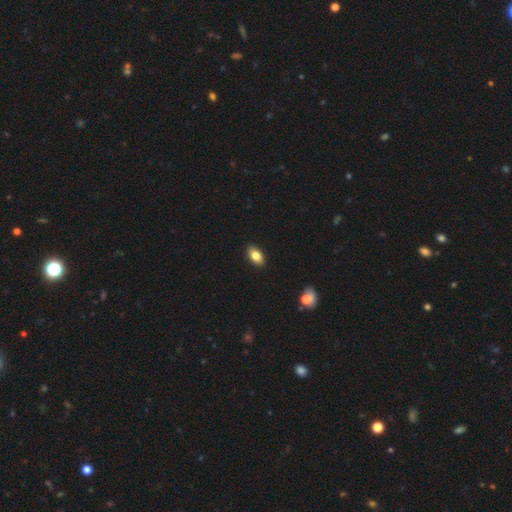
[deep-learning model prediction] The model was most divided on "smooth or featured": smooth: 82%, featured or disk: 10%, star or artifact: 8%. More confident: how rounded — in between (91%); merging — none (90%).